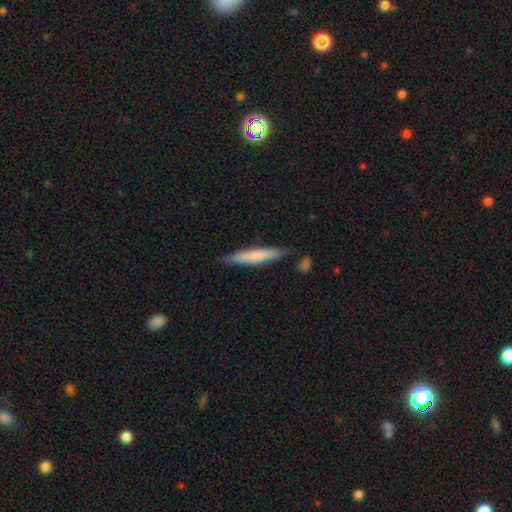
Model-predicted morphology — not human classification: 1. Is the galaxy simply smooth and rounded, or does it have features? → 66% smooth, 29% featured or disk, 5% star or artifact.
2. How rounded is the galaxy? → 93% cigar-shaped, 6% in between, 1% round.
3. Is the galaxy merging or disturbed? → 82% none, 13% minor disturbance, 3% merger, 2% major disturbance.